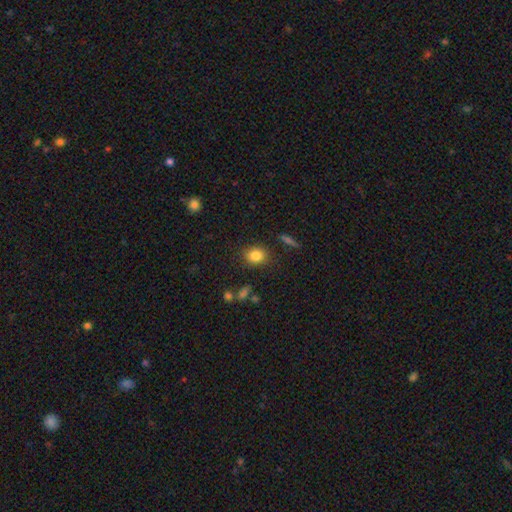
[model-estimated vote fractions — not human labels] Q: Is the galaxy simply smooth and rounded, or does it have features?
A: smooth — 83%.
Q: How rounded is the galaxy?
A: round — 54%.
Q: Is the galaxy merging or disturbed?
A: none — 84%.